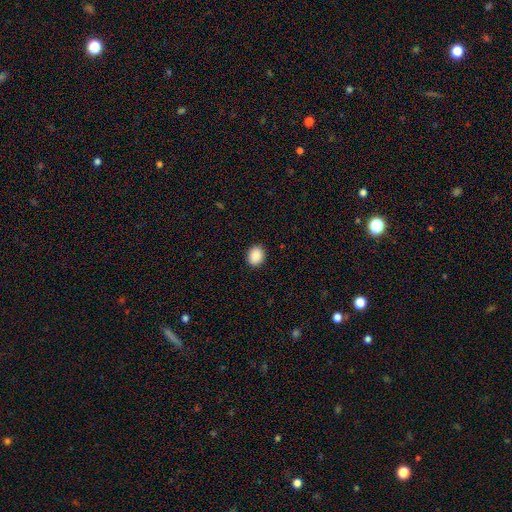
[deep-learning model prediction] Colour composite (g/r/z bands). It shows a smooth galaxy with no disk features (89%) that is round (52%). Merging: none (90%).